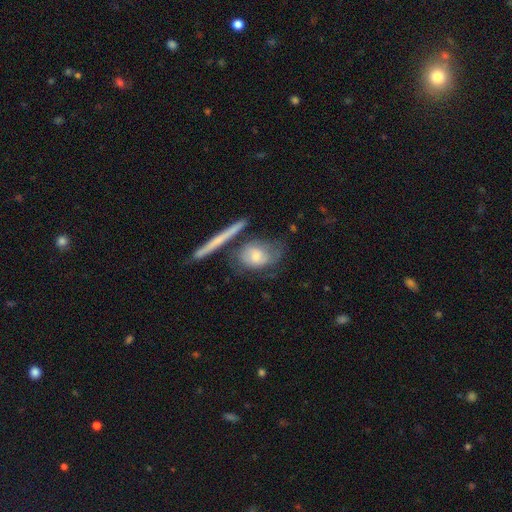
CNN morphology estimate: This appears to be a featured or disk galaxy (49%). Merging: none (50%).